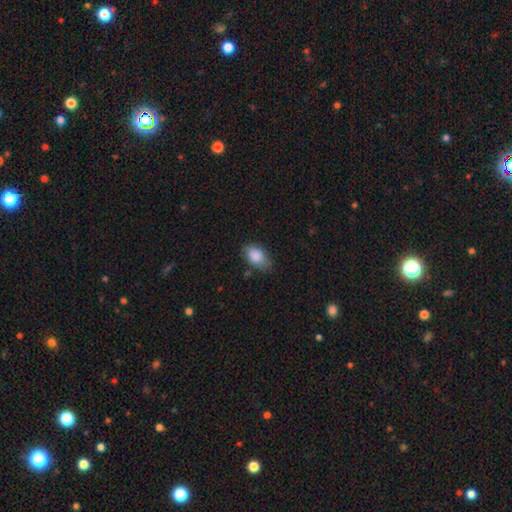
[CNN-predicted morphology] This appears to be a smooth galaxy with no disk features (86%) that is in between round and cigar-shaped (90%). Merging: none (64%).